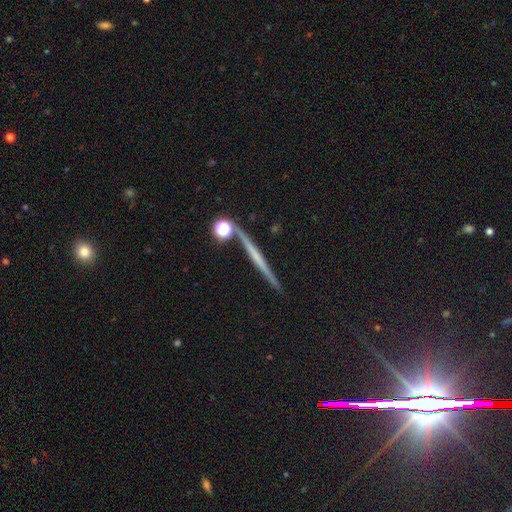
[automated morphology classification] This appears to be a featured or disk galaxy (59%) viewed edge-on (96%) with no central bulge (70%). Merging: none (86%).